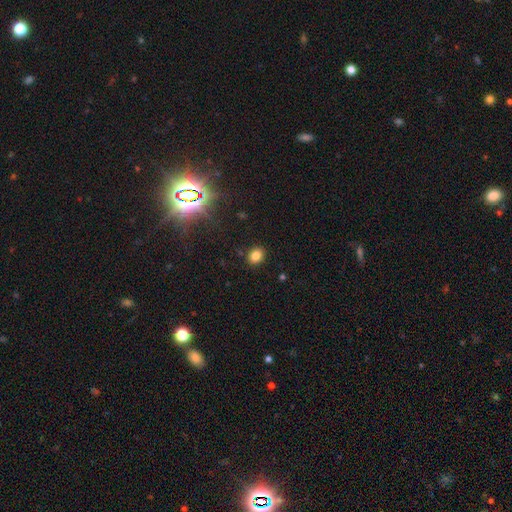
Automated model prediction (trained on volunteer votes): smooth-or-featured: smooth: 81% | star or artifact: 14% | featured or disk: 5%
  how-rounded: round: 56% | in between: 43% | cigar-shaped: 1%
  merging: none: 89% | minor disturbance: 7% | major disturbance: 2% | merger: 2%